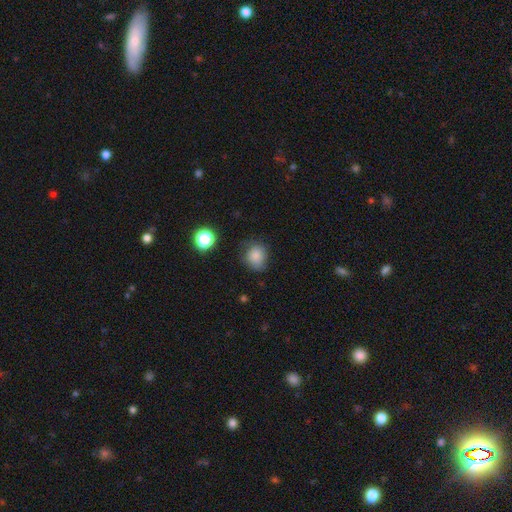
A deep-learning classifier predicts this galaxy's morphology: This appears to be a smooth galaxy with no disk features (83%) that is round (72%). Merging: none (68%).